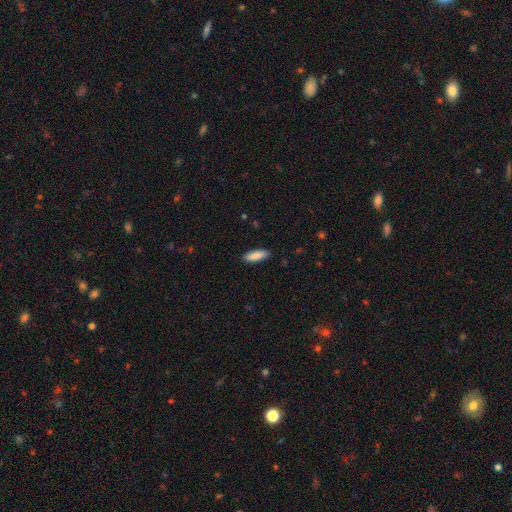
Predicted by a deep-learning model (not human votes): Morphology: type=smooth (88%); roundness=in between (56%); merging=none (89%).